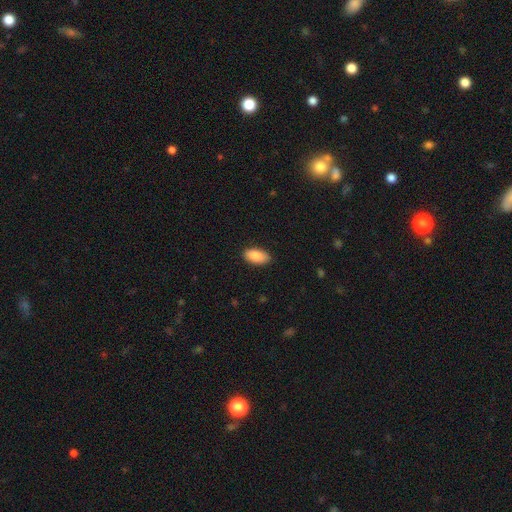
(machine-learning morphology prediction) smooth_or_featured: smooth (p=0.89) [alt: star or artifact p=0.06]
how_rounded: in between (p=0.93) [alt: cigar-shaped p=0.05]
merging: none (p=0.86) [alt: minor disturbance p=0.11]